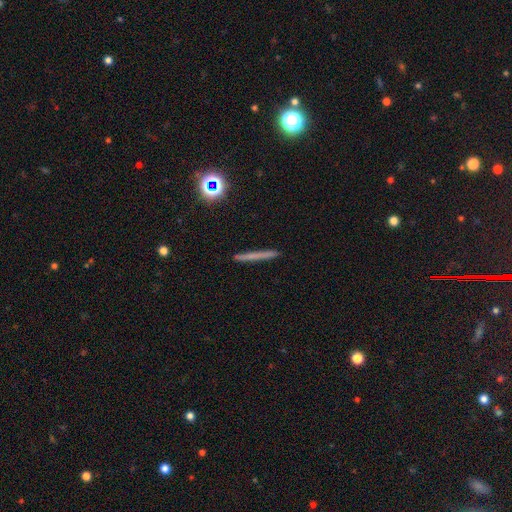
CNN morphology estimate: Smooth or featured?
  - smooth: 54% *
  - featured or disk: 33%
  - star or artifact: 13%
How rounded?
  - cigar-shaped: 94% *
  - round: 3%
  - in between: 3%
Merging?
  - none: 91% *
  - minor disturbance: 6%
  - major disturbance: 1%
  - merger: 1%